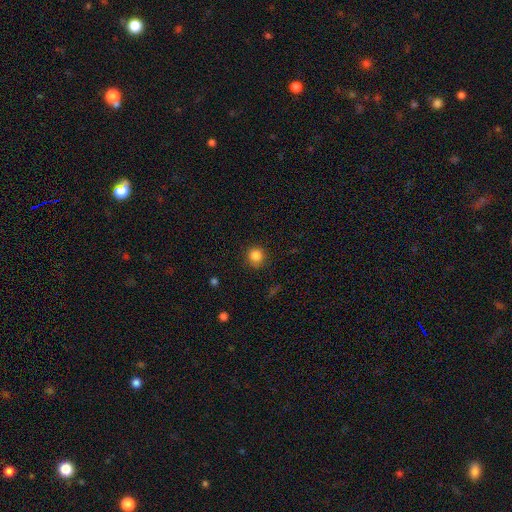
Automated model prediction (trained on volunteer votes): This appears to be a smooth galaxy with no disk features (85%) that is round (91%). Merging: none (85%).